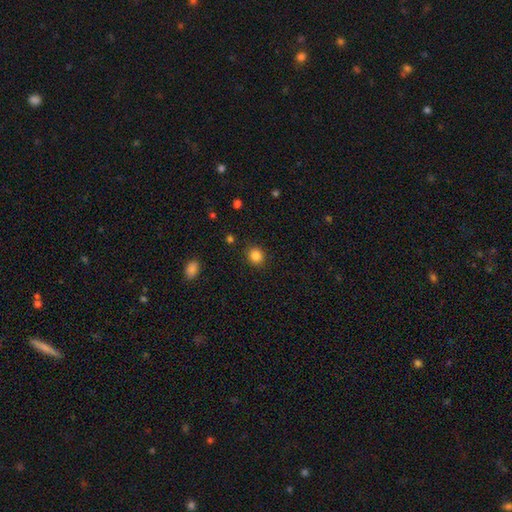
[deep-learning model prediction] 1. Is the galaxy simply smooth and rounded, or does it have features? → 85% smooth, 11% star or artifact, 4% featured or disk.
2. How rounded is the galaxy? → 84% round, 15% in between, 1% cigar-shaped.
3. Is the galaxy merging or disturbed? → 89% none, 7% minor disturbance, 2% major disturbance, 1% merger.